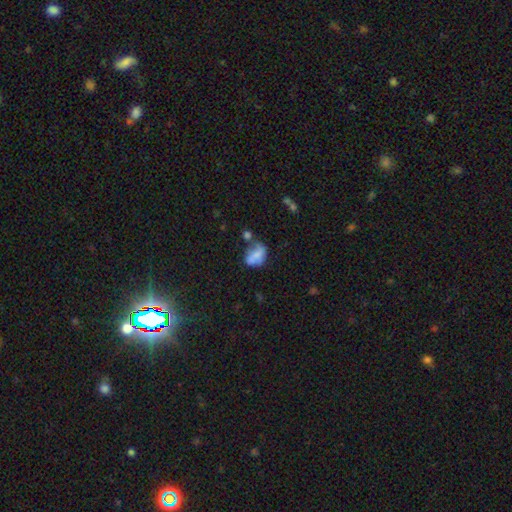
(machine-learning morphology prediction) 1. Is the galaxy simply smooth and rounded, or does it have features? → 61% smooth, 28% featured or disk, 11% star or artifact.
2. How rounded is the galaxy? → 77% in between, 20% round, 3% cigar-shaped.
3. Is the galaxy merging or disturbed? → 37% none, 26% minor disturbance, 21% merger, 15% major disturbance.